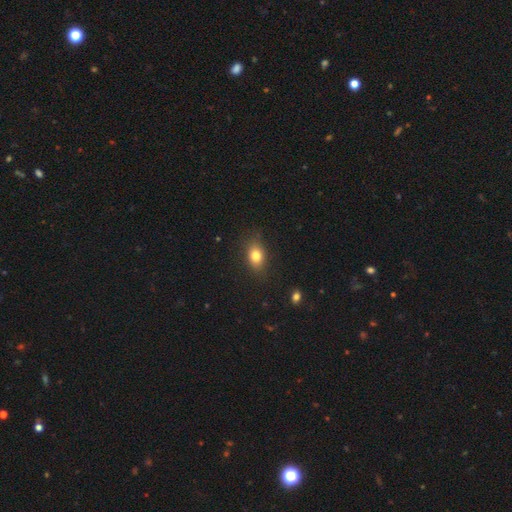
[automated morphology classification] A smooth galaxy with no disk features (80%) that is in between round and cigar-shaped (74%).

Vote fractions:
- Smooth or featured? smooth: 80% / star or artifact: 10% / featured or disk: 9%
- How rounded? in between: 74% / round: 24% / cigar-shaped: 2%
- Merging? none: 84% / minor disturbance: 12% / major disturbance: 3% / merger: 1%